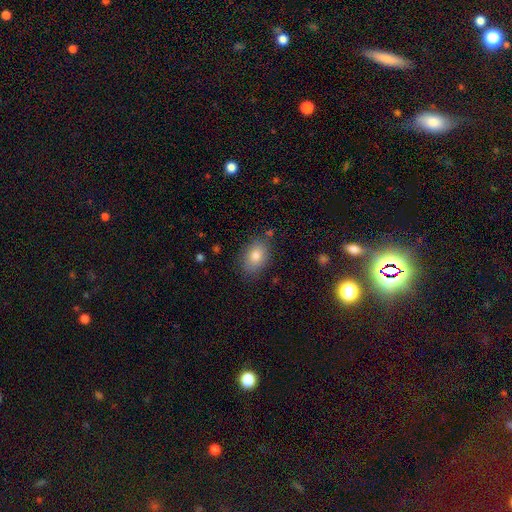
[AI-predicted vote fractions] A smooth galaxy with no disk features (80%) that is in between round and cigar-shaped (83%).

Vote fractions:
- Smooth or featured? smooth: 80% / featured or disk: 12% / star or artifact: 8%
- How rounded? in between: 83% / round: 15% / cigar-shaped: 1%
- Merging? none: 81% / minor disturbance: 13% / major disturbance: 3% / merger: 2%